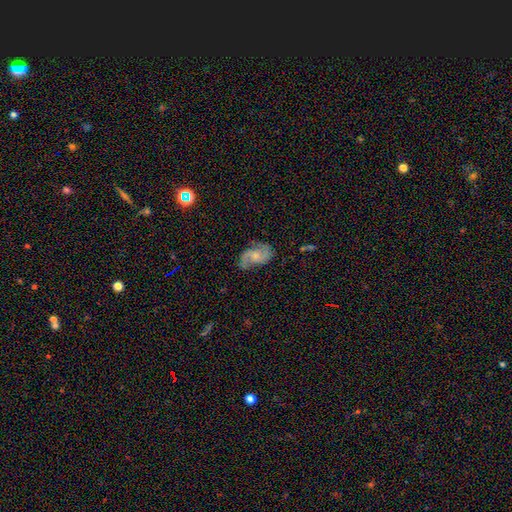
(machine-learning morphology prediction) smooth_or_featured: featured or disk (p=0.77) [alt: smooth p=0.16]
disk_edge_on: no (p=0.97) [alt: yes p=0.03]
bar: no (p=0.64) [alt: weak p=0.31]
has_spiral_arms: yes (p=0.95) [alt: no p=0.05]
spiral_winding: medium (p=0.46) [alt: loose p=0.38]
spiral_arm_count: 2 (p=0.87) [alt: can't tell p=0.05]
bulge_size: small (p=0.57) [alt: moderate p=0.34]
merging: none (p=0.67) [alt: minor disturbance p=0.23]